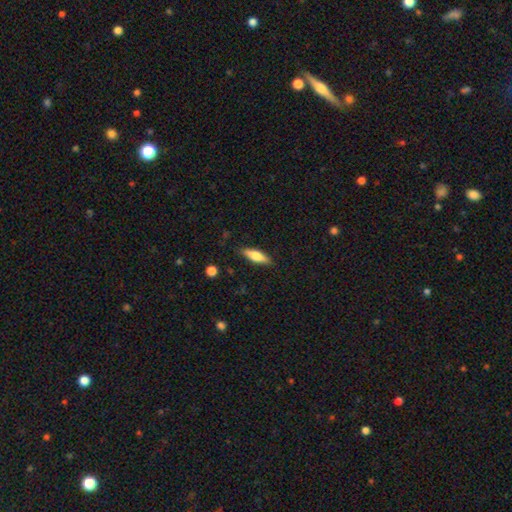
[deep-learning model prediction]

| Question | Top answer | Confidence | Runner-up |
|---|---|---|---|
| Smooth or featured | smooth | 63% | featured or disk (31%) |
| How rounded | cigar-shaped | 54% | in between (44%) |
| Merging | none | 86% | minor disturbance (10%) |